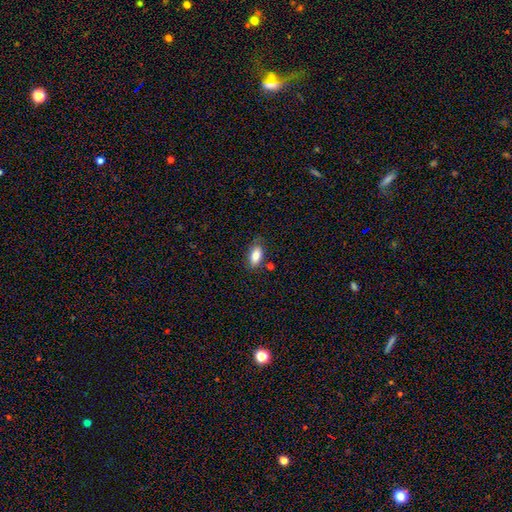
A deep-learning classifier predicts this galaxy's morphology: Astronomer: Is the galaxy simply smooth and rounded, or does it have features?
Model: smooth — 85%.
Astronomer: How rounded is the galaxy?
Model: in between — 89%.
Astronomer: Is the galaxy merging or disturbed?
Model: none — 77%.